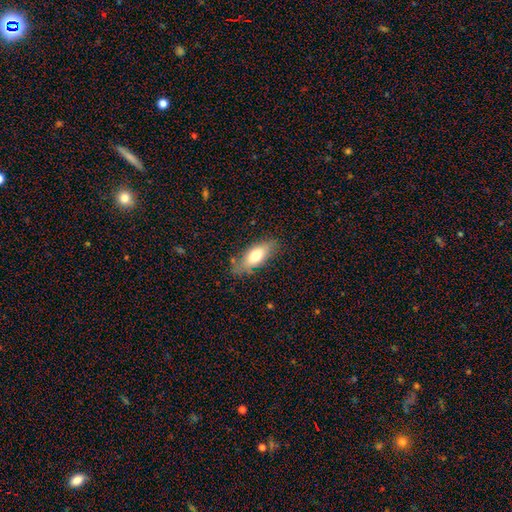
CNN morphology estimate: The model was most divided on "smooth or featured": smooth: 70%, featured or disk: 24%, star or artifact: 7%. More confident: merging — none (76%); how rounded — in between (74%).